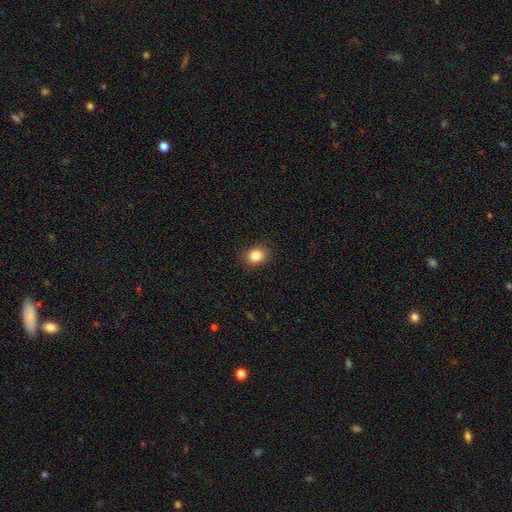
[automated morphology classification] Smooth or featured? smooth (84%)
How rounded? round (59%)
Merging? none (88%)